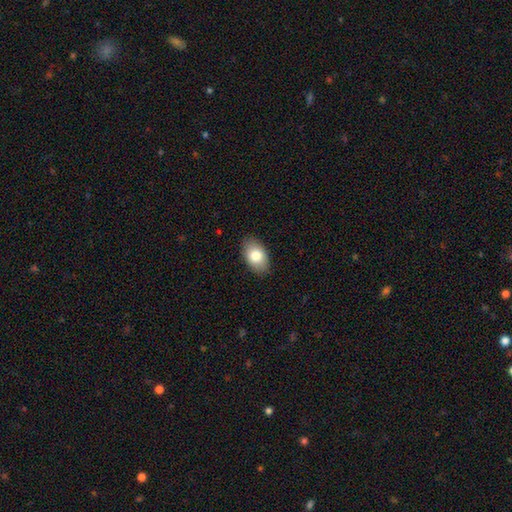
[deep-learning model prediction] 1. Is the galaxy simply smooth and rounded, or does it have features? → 82% smooth, 11% featured or disk, 7% star or artifact.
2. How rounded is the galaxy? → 91% in between, 8% round, 1% cigar-shaped.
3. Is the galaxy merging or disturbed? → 87% none, 10% minor disturbance, 2% major disturbance, 1% merger.